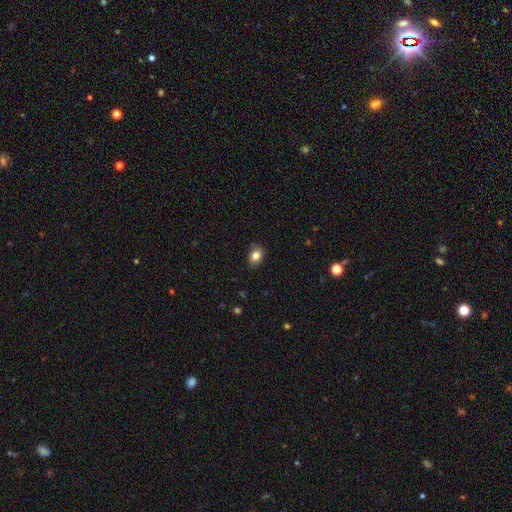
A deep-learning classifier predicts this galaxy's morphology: A smooth galaxy with no disk features (84%) that is in between round and cigar-shaped (64%).

Vote fractions:
- Smooth or featured? smooth: 84% / star or artifact: 10% / featured or disk: 7%
- How rounded? in between: 64% / round: 35% / cigar-shaped: 1%
- Merging? none: 82% / minor disturbance: 14% / major disturbance: 3% / merger: 1%